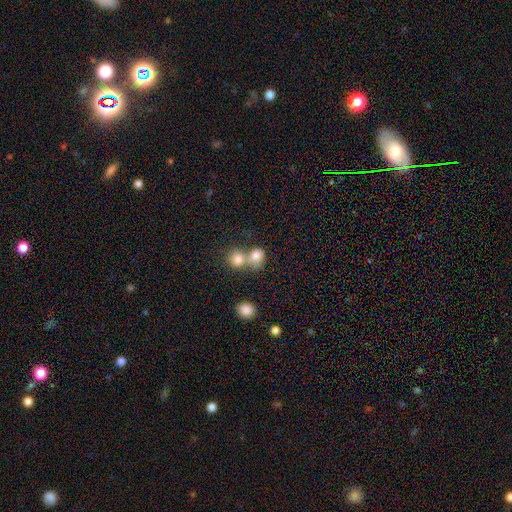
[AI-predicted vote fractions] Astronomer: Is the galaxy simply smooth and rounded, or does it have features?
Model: smooth — 78%.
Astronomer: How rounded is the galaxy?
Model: round — 69%.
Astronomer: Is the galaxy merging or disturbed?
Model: merger — 62%.